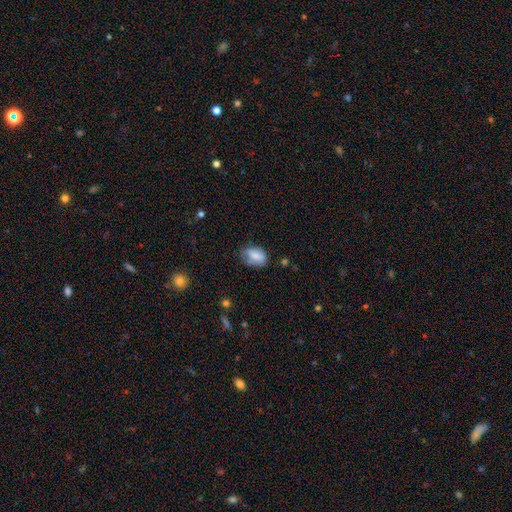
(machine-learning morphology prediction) Smooth or featured? Predicted: smooth (p=0.81). How rounded? Predicted: in between (p=0.86). Merging? Predicted: none (p=0.54).